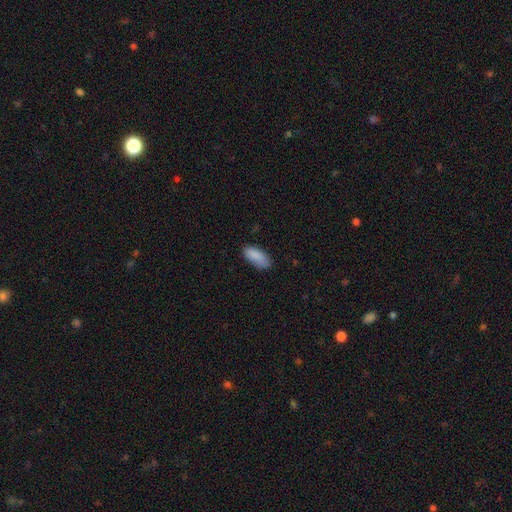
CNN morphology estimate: Smooth or featured: smooth — 87% (star or artifact — 7%)
How rounded: in between — 85% (cigar-shaped — 13%)
Merging: none — 69% (minor disturbance — 24%)